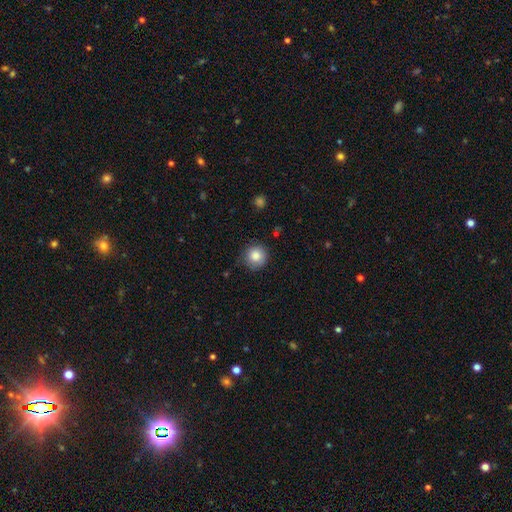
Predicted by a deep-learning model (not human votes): smooth 85%, star or artifact 9%, featured or disk 6%. Down the decision tree: how rounded — round (94%); merging — none (82%).